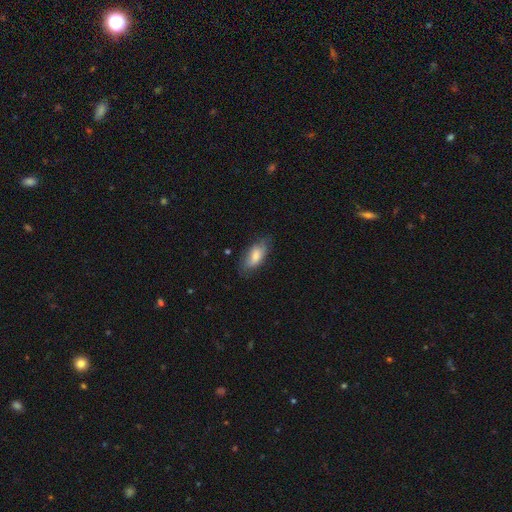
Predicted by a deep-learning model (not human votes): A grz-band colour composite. It shows a smooth galaxy with no disk features (76%) that is in between round and cigar-shaped (86%). Merging: none (70%).